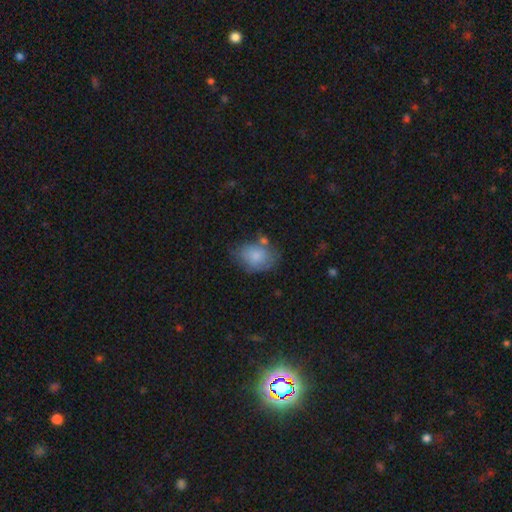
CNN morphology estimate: type=smooth (77%); roundness=in between (70%); merging=none (49%).